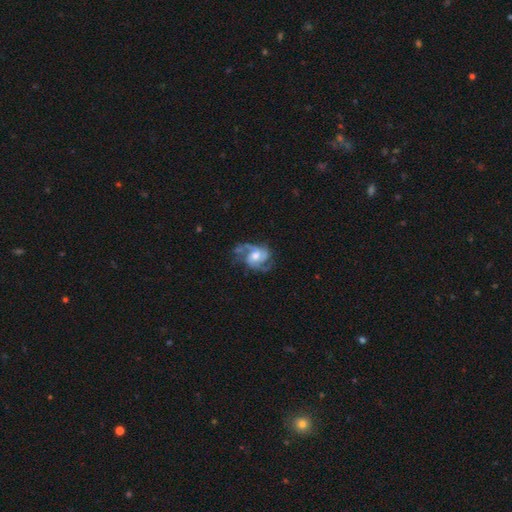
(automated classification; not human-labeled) smooth-or-featured: featured or disk: 87% | smooth: 7% | star or artifact: 6%
  disk-edge-on: no: 98% | yes: 2%
    bar: no: 52% | weak: 38% | strong: 10%
    has-spiral-arms: yes: 97% | no: 3%
      spiral-winding: medium: 54% | tight: 25% | loose: 21%
      spiral-arm-count: 2: 40% | 3: 37% | can't tell: 9% | 4: 6% | 1: 4% | more than 4: 4%
    bulge-size: moderate: 65% | small: 16% | large: 15% | none: 3% | dominant: 1%
  merging: none: 63% | minor disturbance: 19% | major disturbance: 16% | merger: 2%